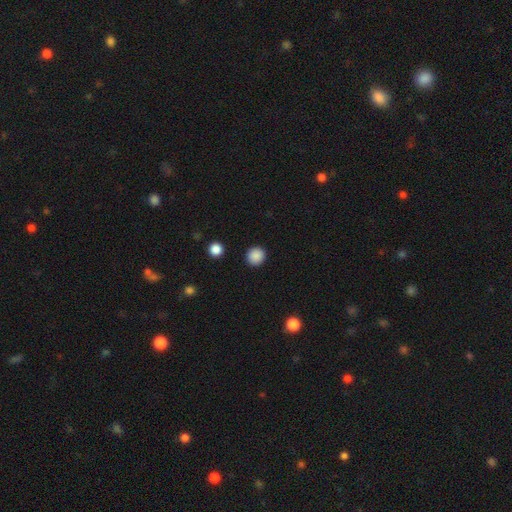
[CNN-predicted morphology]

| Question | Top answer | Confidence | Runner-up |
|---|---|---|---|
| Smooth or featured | smooth | 88% | star or artifact (10%) |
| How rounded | round | 93% | in between (6%) |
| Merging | none | 92% | minor disturbance (5%) |